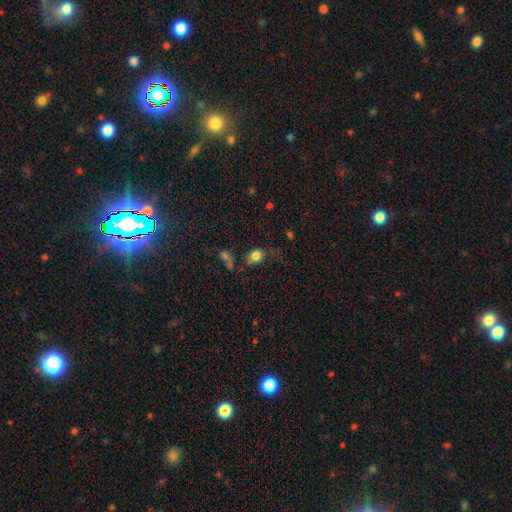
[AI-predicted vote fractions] Smooth or featured? Predicted: smooth (p=0.77). How rounded? Predicted: round (p=0.60). Merging? Predicted: none (p=0.48).